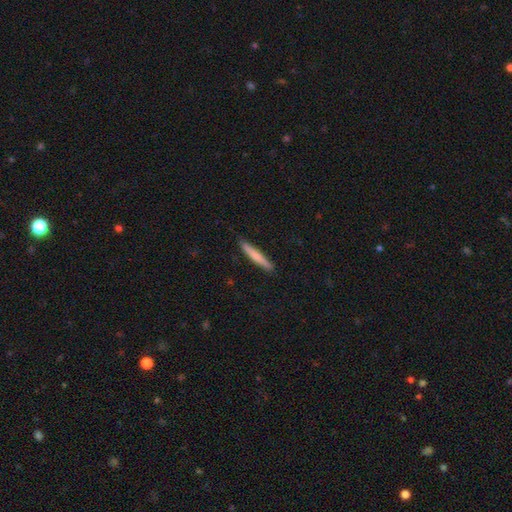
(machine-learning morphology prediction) Smooth or featured: smooth — 70% (featured or disk — 25%)
How rounded: cigar-shaped — 95% (in between — 4%)
Merging: none — 90% (minor disturbance — 8%)